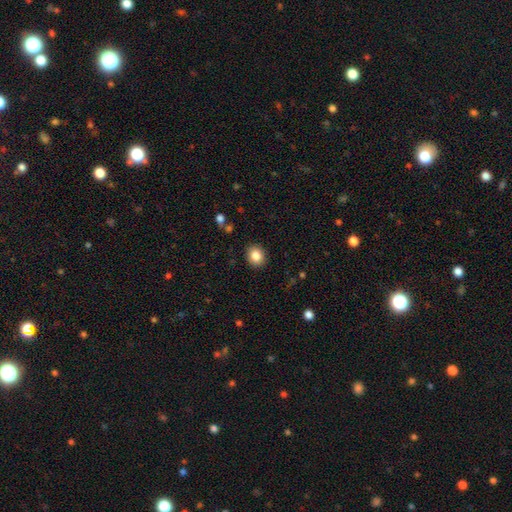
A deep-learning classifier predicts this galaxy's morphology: Overall: smooth (85%). How rounded: round (70%). Merging: none (90%).